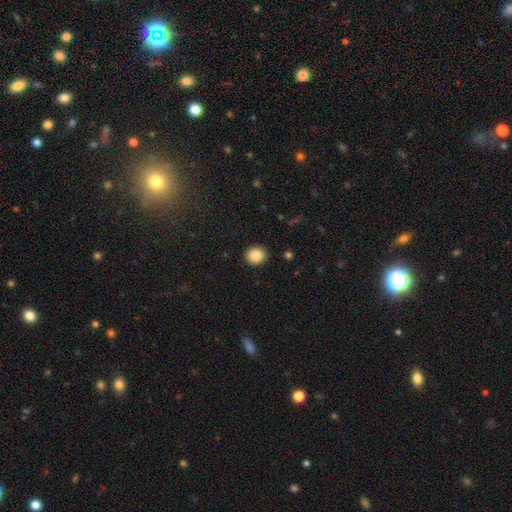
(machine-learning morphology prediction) A smooth galaxy with no disk features (87%) that is round (81%).

Vote fractions:
- Smooth or featured? smooth: 87% / star or artifact: 9% / featured or disk: 4%
- How rounded? round: 81% / in between: 18% / cigar-shaped: 1%
- Merging? none: 91% / minor disturbance: 6% / major disturbance: 2% / merger: 1%